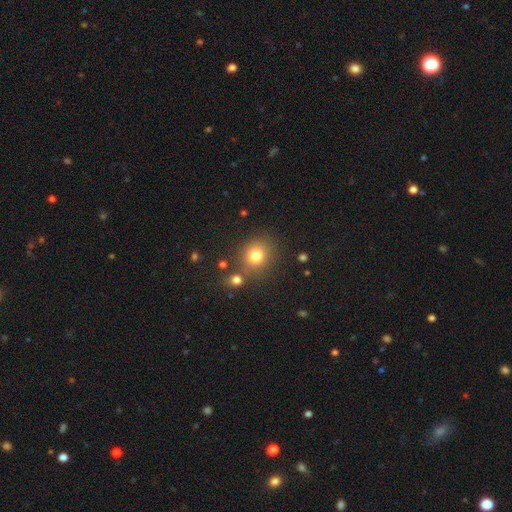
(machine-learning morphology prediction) A smooth galaxy with no disk features (78%) that is round (82%).

Vote fractions:
- Smooth or featured? smooth: 78% / star or artifact: 13% / featured or disk: 8%
- How rounded? round: 82% / in between: 18% / cigar-shaped: 1%
- Merging? none: 76% / minor disturbance: 10% / merger: 9% / major disturbance: 4%